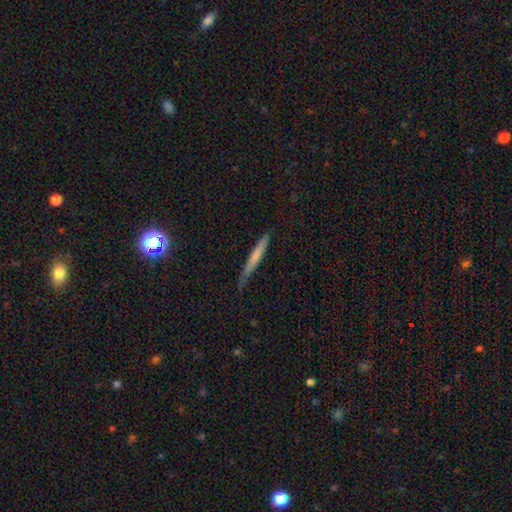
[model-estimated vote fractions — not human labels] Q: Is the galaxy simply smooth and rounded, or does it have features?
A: smooth — 62%.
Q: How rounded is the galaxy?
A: cigar-shaped — 95%.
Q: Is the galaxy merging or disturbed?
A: none — 73%.